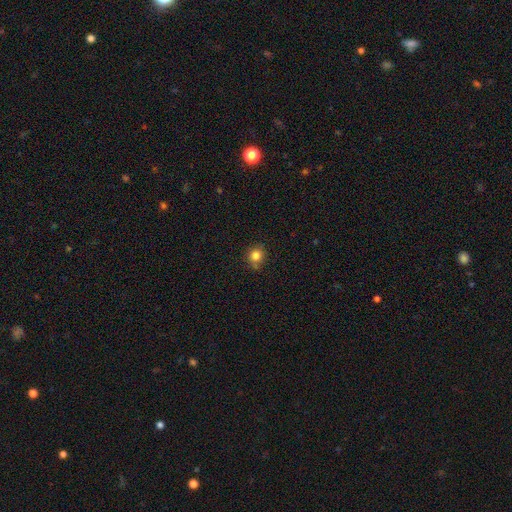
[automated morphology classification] smooth 83%, star or artifact 12%, featured or disk 5%. Down the decision tree: how rounded — round (89%); merging — none (79%).